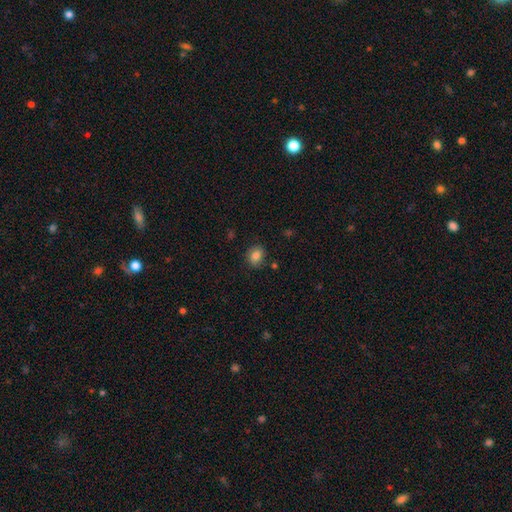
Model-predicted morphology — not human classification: Smooth or featured? Predicted: smooth (p=0.83). How rounded? Predicted: round (p=0.58). Merging? Predicted: none (p=0.79).